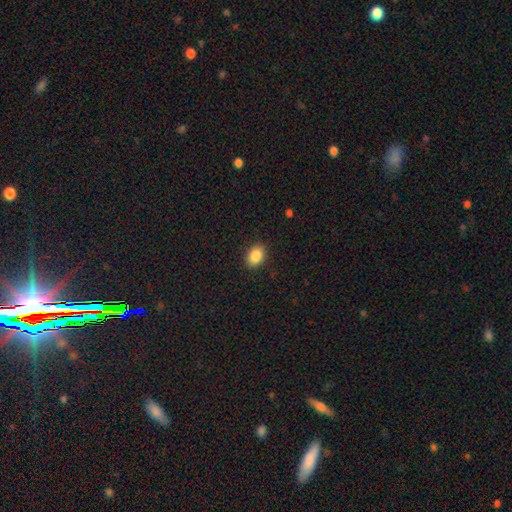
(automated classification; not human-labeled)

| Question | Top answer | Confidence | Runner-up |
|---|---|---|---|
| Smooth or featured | smooth | 87% | star or artifact (8%) |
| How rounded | in between | 77% | round (22%) |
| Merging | none | 89% | minor disturbance (8%) |